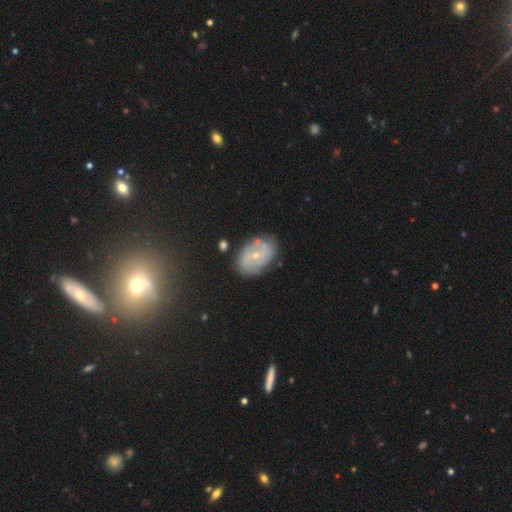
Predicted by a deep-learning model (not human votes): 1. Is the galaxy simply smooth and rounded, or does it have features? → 62% featured or disk, 29% smooth, 9% star or artifact.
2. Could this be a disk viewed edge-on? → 95% no, 5% yes.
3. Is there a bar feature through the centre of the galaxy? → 63% no, 30% weak, 7% strong.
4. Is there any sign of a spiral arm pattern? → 71% yes, 29% no.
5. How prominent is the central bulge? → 75% small, 22% moderate, 2% none, 1% large, 1% dominant.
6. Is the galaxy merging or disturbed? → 73% none, 18% minor disturbance, 5% major disturbance, 5% merger.